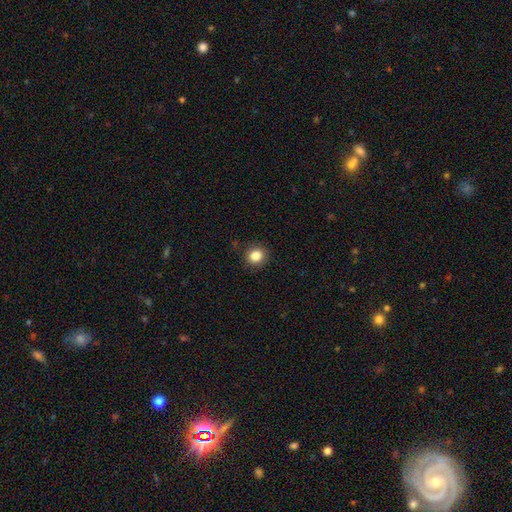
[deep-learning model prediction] Morphology: type=smooth (85%); roundness=round (81%); merging=none (89%).